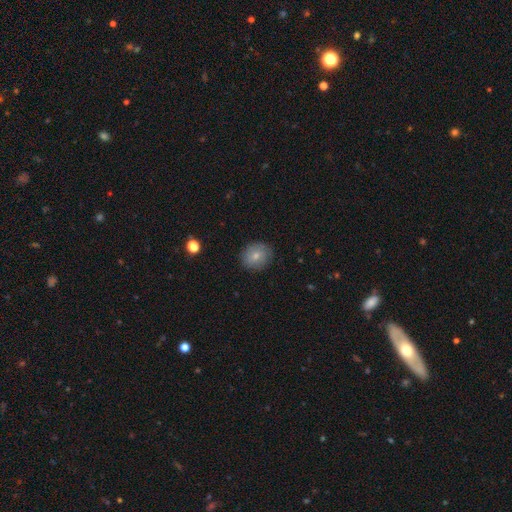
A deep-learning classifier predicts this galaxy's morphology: A smooth galaxy with no disk features (75%) that is round (69%).

Vote fractions:
- Smooth or featured? smooth: 75% / featured or disk: 16% / star or artifact: 9%
- How rounded? round: 69% / in between: 30% / cigar-shaped: 1%
- Merging? none: 84% / minor disturbance: 12% / major disturbance: 3% / merger: 1%